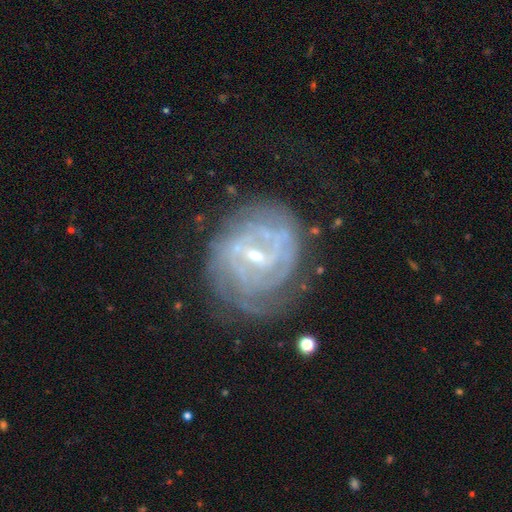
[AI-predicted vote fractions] Smooth or featured?
  - featured or disk: 84% *
  - smooth: 9%
  - star or artifact: 7%
Edge-on disk?
  - no: 97% *
  - yes: 3%
Bar?
  - weak: 50% *
  - strong: 27%
  - no: 23%
Spiral arms?
  - yes: 90% *
  - no: 10%
Spiral winding?
  - tight: 66% *
  - medium: 26%
  - loose: 7%
Spiral arm count?
  - can't tell: 39% *
  - 2: 22%
  - 3: 16%
  - 4: 12%
  - more than 4: 6%
  - 1: 5%
Bulge size?
  - small: 71% *
  - moderate: 25%
  - none: 2%
  - large: 1%
  - dominant: 1%
Merging?
  - none: 67% *
  - minor disturbance: 20%
  - major disturbance: 10%
  - merger: 2%